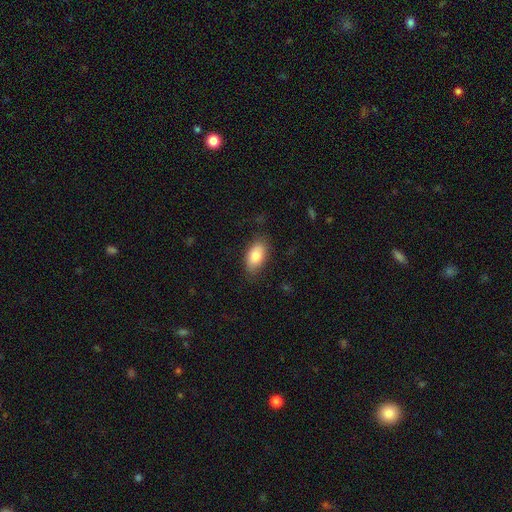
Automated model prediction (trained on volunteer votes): This is clearly a smooth galaxy (83%). How rounded: clearly in between (93%). Merging: clearly none (80%).